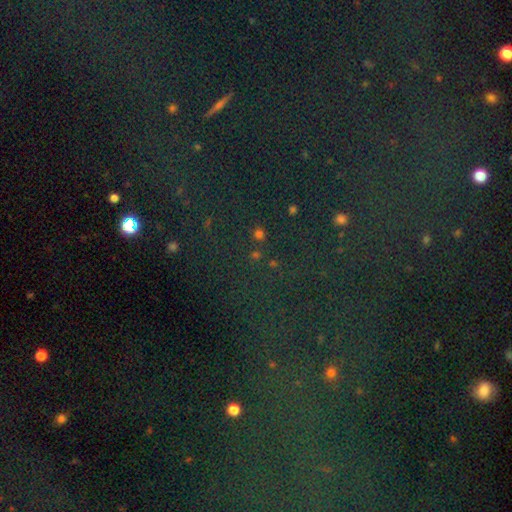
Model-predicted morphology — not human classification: Smooth or featured: star or artifact — 61% (smooth — 30%)